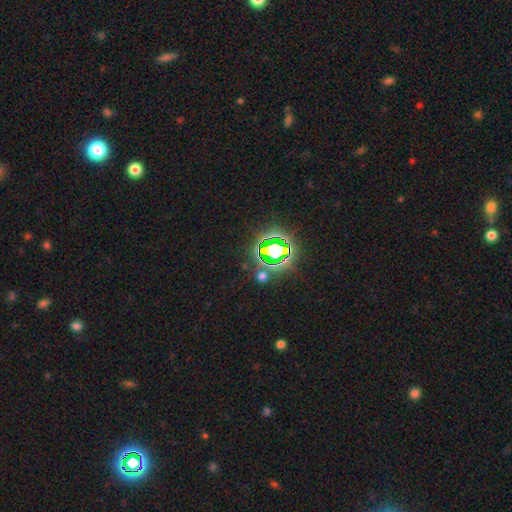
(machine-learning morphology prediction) smooth-or-featured: star or artifact: 83% | smooth: 11% | featured or disk: 6%